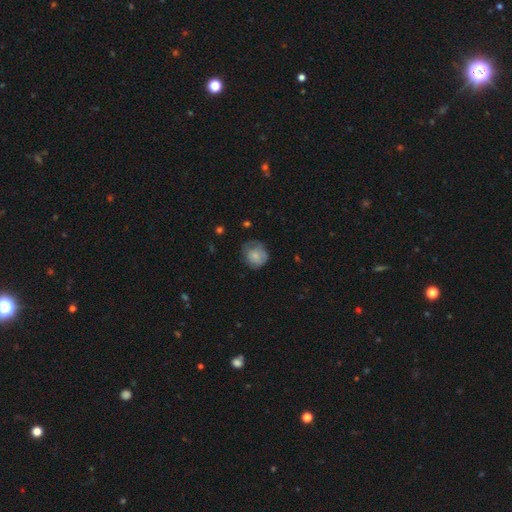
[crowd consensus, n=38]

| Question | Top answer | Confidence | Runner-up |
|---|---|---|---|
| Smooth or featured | smooth | 71% | featured or disk (24%) |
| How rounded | round | 81% | in between (19%) |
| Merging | none | 39% | minor disturbance (36%) |